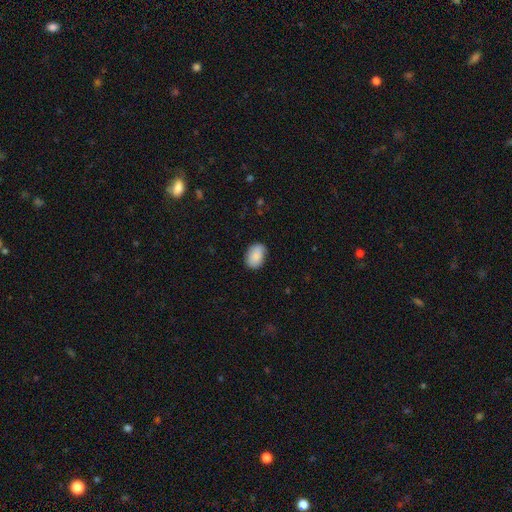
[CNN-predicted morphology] A smooth galaxy with no disk features (88%) that is in between round and cigar-shaped (84%).

Vote fractions:
- Smooth or featured? smooth: 88% / star or artifact: 7% / featured or disk: 5%
- How rounded? in between: 84% / round: 15% / cigar-shaped: 1%
- Merging? none: 79% / minor disturbance: 17% / major disturbance: 3% / merger: 1%